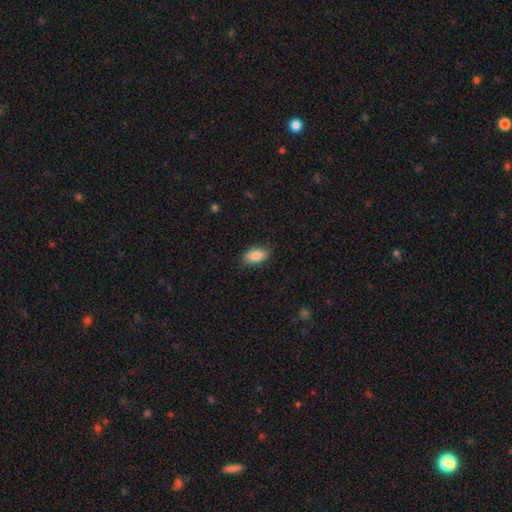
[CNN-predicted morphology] Q: Smooth or featured?
A: smooth (84%); runner-up: featured or disk (8%)
Q: How rounded?
A: in between (91%); runner-up: round (5%)
Q: Merging?
A: none (82%); runner-up: minor disturbance (14%)